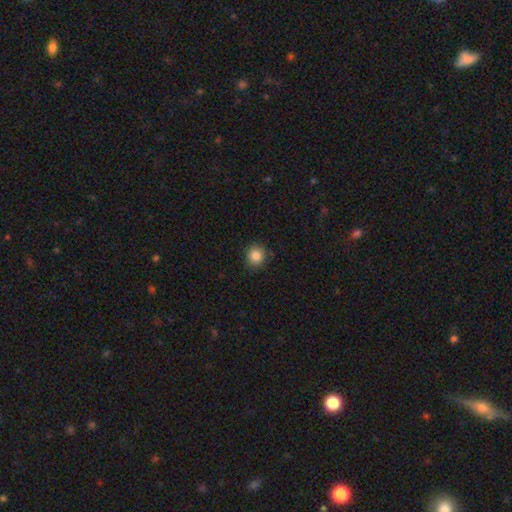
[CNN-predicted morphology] Smooth or featured?
  - smooth: 86% *
  - star or artifact: 10%
  - featured or disk: 4%
How rounded?
  - round: 91% *
  - in between: 8%
  - cigar-shaped: 1%
Merging?
  - none: 88% *
  - minor disturbance: 9%
  - major disturbance: 2%
  - merger: 1%